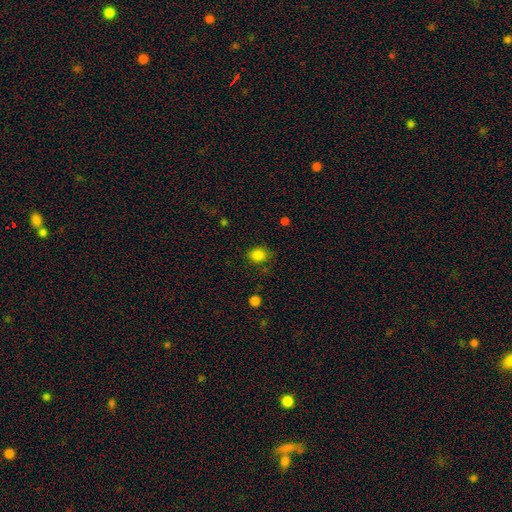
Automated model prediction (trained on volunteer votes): smooth_or_featured: smooth (p=0.84) [alt: star or artifact p=0.13]
how_rounded: round (p=0.65) [alt: in between p=0.34]
merging: none (p=0.79) [alt: minor disturbance p=0.15]